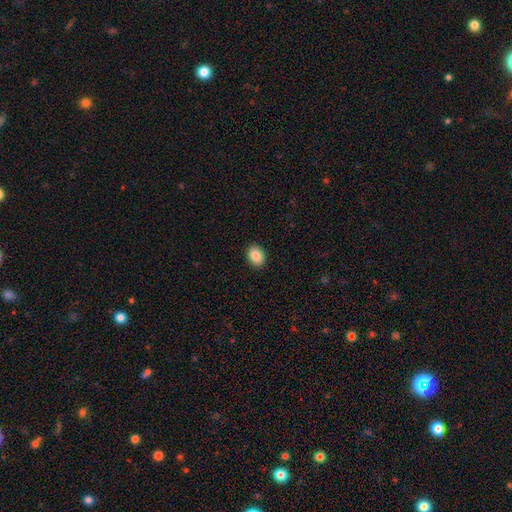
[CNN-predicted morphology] A smooth galaxy with no disk features (88%) that is in between round and cigar-shaped (65%).

Vote fractions:
- Smooth or featured? smooth: 88% / star or artifact: 8% / featured or disk: 5%
- How rounded? in between: 65% / round: 34% / cigar-shaped: 1%
- Merging? none: 91% / minor disturbance: 6% / major disturbance: 2% / merger: 1%